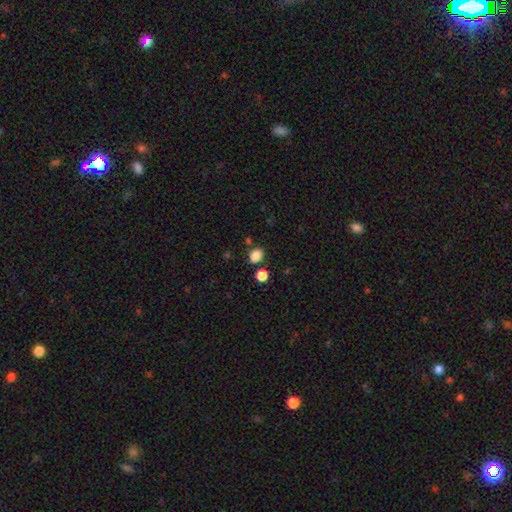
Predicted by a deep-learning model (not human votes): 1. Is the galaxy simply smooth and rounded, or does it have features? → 85% smooth, 11% star or artifact, 4% featured or disk.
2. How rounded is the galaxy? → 62% in between, 37% round, 1% cigar-shaped.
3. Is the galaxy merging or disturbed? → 77% none, 11% minor disturbance, 8% merger, 3% major disturbance.